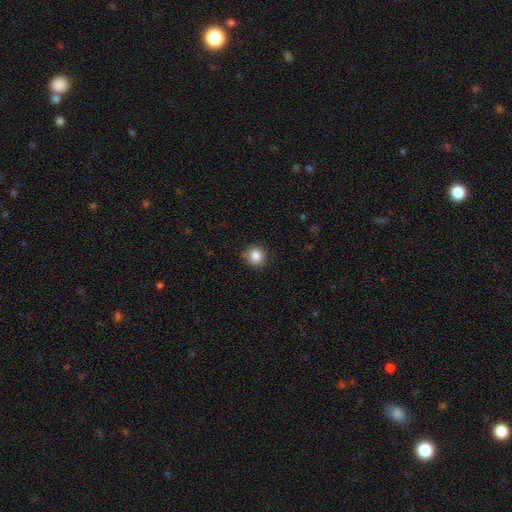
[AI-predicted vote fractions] A smooth galaxy with no disk features (85%) that is round (91%). Merging: none (85%).